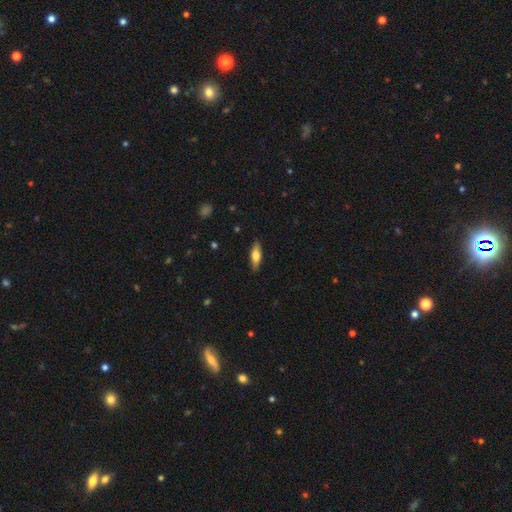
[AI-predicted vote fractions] Smooth or featured? Predicted: smooth (p=0.57). How rounded? Predicted: cigar-shaped (p=0.51). Merging? Predicted: none (p=0.88).